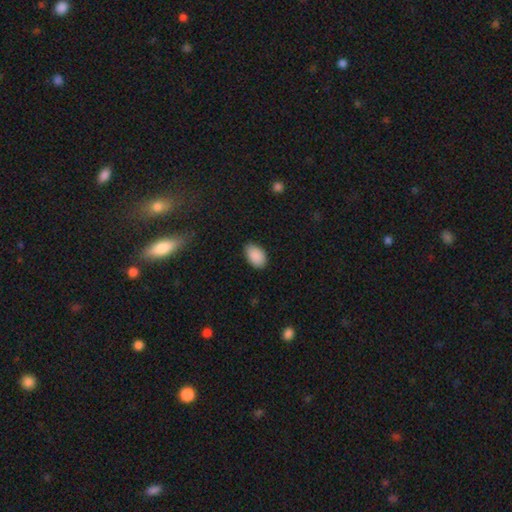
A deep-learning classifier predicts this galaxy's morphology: Overall: smooth (90%). How rounded: in between (91%). Merging: none (81%).